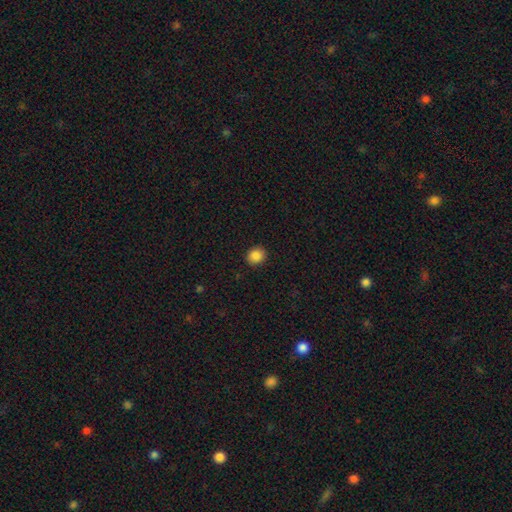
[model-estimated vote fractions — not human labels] A smooth galaxy with no disk features (87%) that is round (69%). Merging: none (91%).